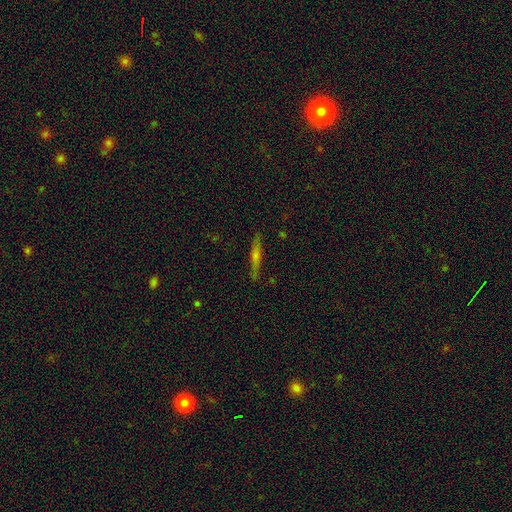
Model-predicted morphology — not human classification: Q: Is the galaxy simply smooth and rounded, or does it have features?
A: featured or disk — 56%.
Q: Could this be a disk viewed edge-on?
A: yes — 95%.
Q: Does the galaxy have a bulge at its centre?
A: rounded — 67%.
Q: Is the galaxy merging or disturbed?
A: none — 88%.